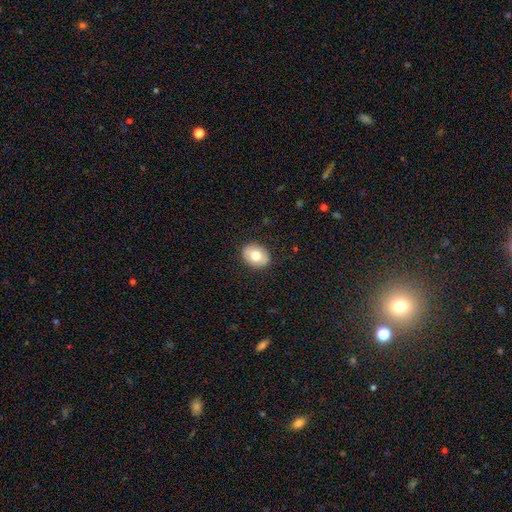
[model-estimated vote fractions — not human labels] smooth_or_featured: smooth (p=0.74) [alt: featured or disk p=0.19]
how_rounded: in between (p=0.60) [alt: round p=0.39]
merging: none (p=0.88) [alt: minor disturbance p=0.09]